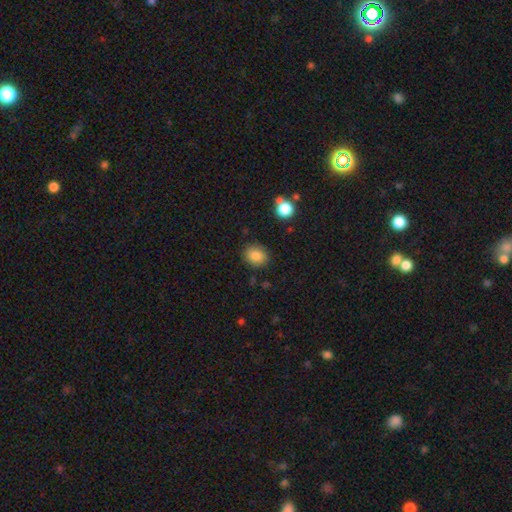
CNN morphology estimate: Smooth or featured? Predicted: smooth (p=0.84). How rounded? Predicted: round (p=0.58). Merging? Predicted: none (p=0.86).